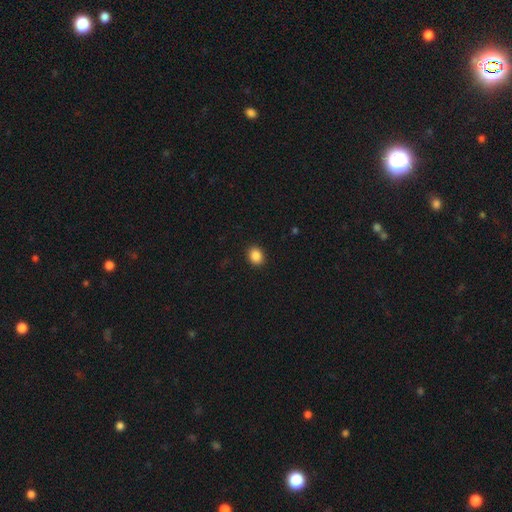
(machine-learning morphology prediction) Overall: smooth (88%). How rounded: round (57%; in between 42%). Merging: none (92%).